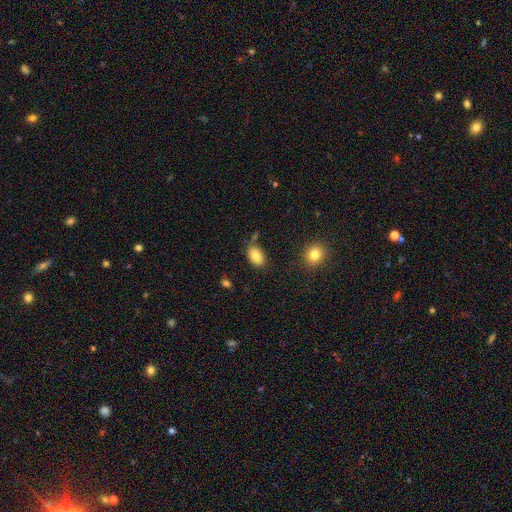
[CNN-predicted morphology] This appears to be a smooth galaxy with no disk features (83%) that is in between round and cigar-shaped (89%). Merging: none (70%).